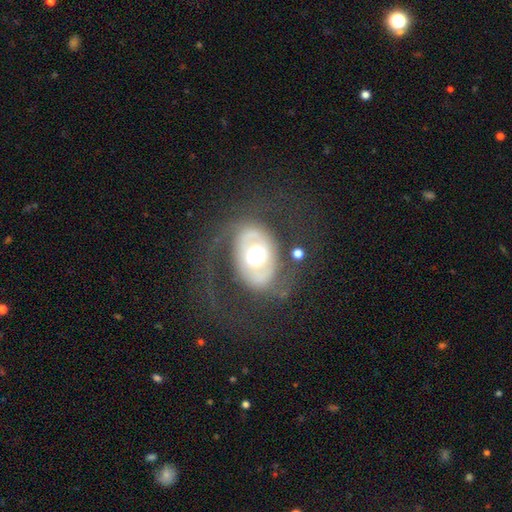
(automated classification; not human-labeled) smooth-or-featured: featured or disk: 69% | smooth: 24% | star or artifact: 7%
  disk-edge-on: no: 95% | yes: 5%
    bar: no: 61% | weak: 24% | strong: 15%
    has-spiral-arms: yes: 58% | no: 42%
    bulge-size: moderate: 49% | large: 38% | dominant: 9% | small: 3% | none: 1%
  merging: none: 58% | major disturbance: 25% | minor disturbance: 15% | merger: 2%